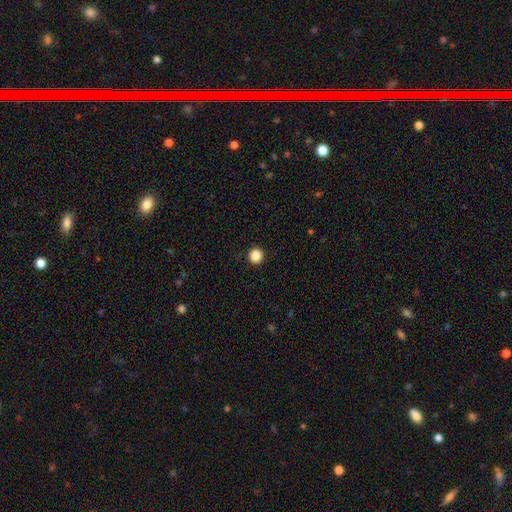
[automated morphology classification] This is clearly a smooth galaxy (87%). How rounded: clearly round (95%). Merging: clearly none (94%).